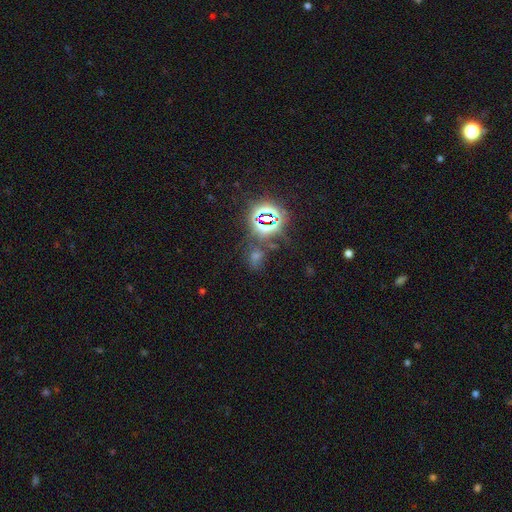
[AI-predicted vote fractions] Morphology: type=star or artifact (67%).